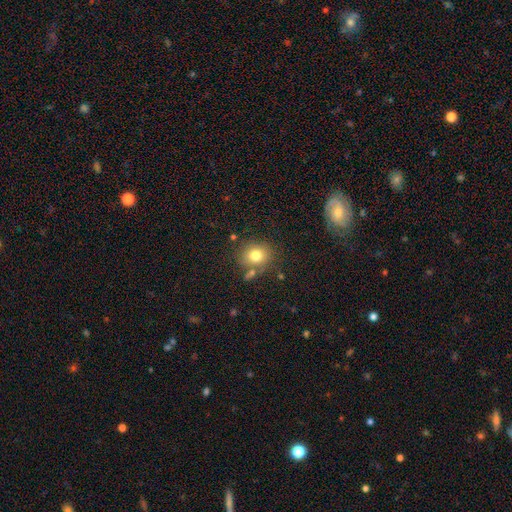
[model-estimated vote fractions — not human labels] A smooth galaxy with no disk features (78%) that is round (72%). Merging: none (74%).